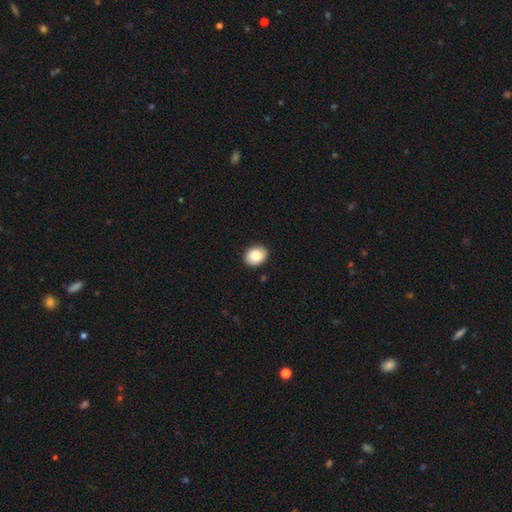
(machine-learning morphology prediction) Smooth or featured? Predicted: smooth (p=0.87). How rounded? Predicted: round (p=0.53). Merging? Predicted: none (p=0.89).